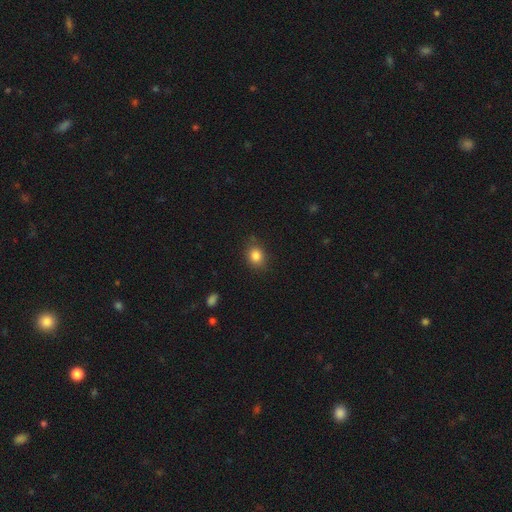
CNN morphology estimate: This appears to be a smooth galaxy with no disk features (84%) that is round (59%). Merging: none (82%).